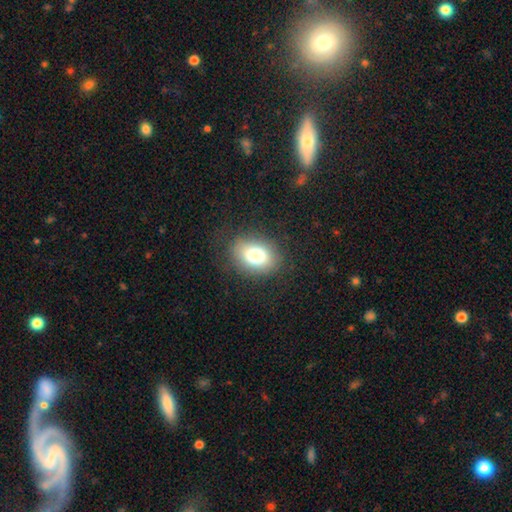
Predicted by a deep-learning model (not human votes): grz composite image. It shows a smooth galaxy with no disk features (76%) that is in between round and cigar-shaped (68%). Merging: none (81%).